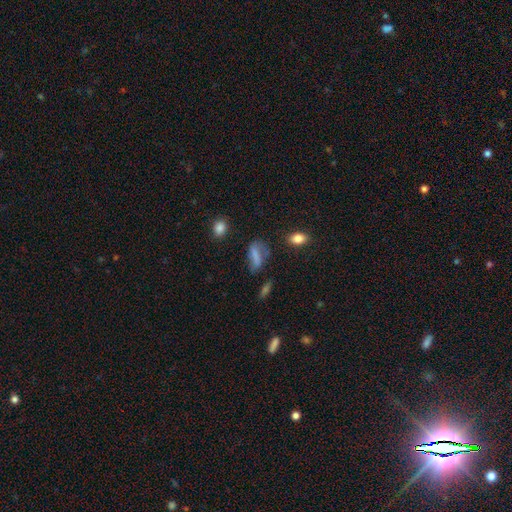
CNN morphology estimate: smooth 64%, featured or disk 23%, star or artifact 13%. Down the decision tree: how rounded — in between (71%); merging — none (47%).